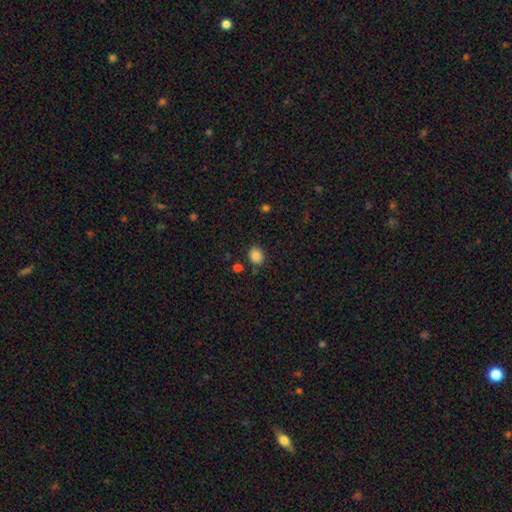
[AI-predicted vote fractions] Overall: smooth (85%). How rounded: round (58%; in between 41%). Merging: none (81%).